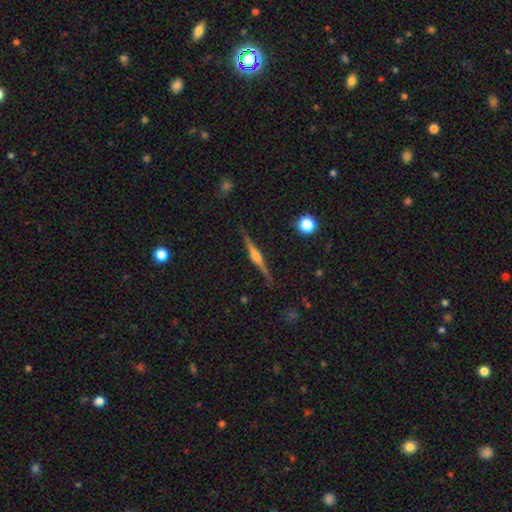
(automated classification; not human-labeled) The model was most divided on "smooth or featured": featured or disk: 80%, smooth: 13%, star or artifact: 7%. More confident: edge-on disk — yes (98%); merging — none (89%); edge-on bulge — rounded (81%).